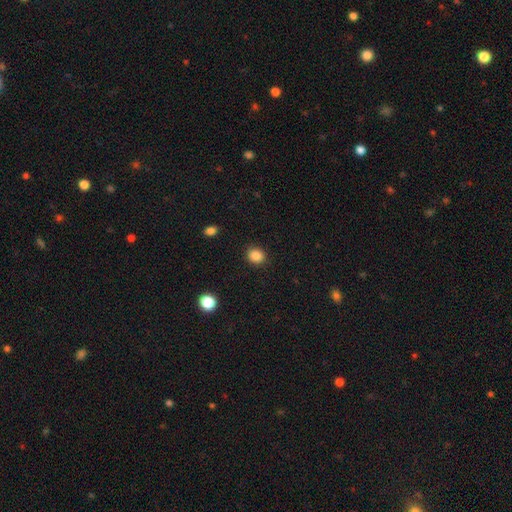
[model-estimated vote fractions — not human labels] Smooth or featured: smooth — 87% (star or artifact — 10%)
How rounded: round — 72% (in between — 27%)
Merging: none — 89% (minor disturbance — 7%)